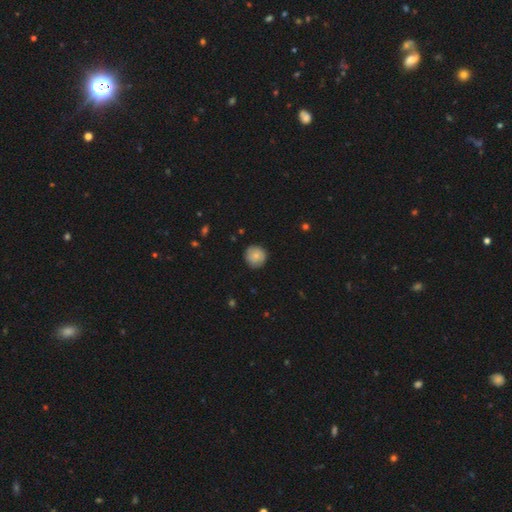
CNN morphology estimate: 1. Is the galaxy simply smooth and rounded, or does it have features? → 76% smooth, 17% featured or disk, 8% star or artifact.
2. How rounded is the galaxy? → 93% round, 6% in between, 1% cigar-shaped.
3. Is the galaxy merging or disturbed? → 86% none, 11% minor disturbance, 2% major disturbance, 1% merger.